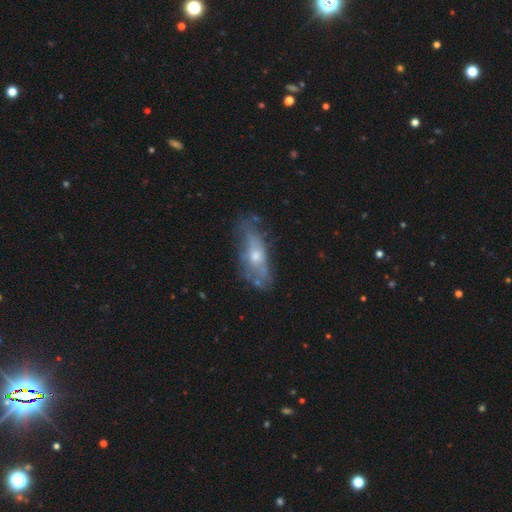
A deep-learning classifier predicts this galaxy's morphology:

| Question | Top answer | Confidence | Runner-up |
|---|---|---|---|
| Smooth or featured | featured or disk | 57% | smooth (35%) |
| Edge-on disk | no | 71% | yes (29%) |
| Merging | none | 57% | minor disturbance (27%) |